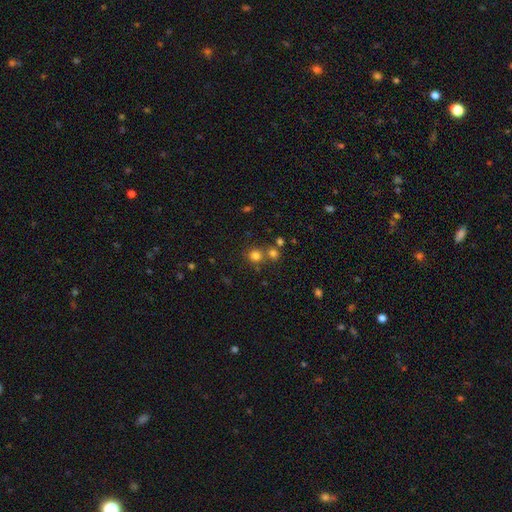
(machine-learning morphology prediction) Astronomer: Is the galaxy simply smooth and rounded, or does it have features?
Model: smooth — 75%.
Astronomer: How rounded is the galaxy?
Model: round — 86%.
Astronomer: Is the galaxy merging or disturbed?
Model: none — 63%.